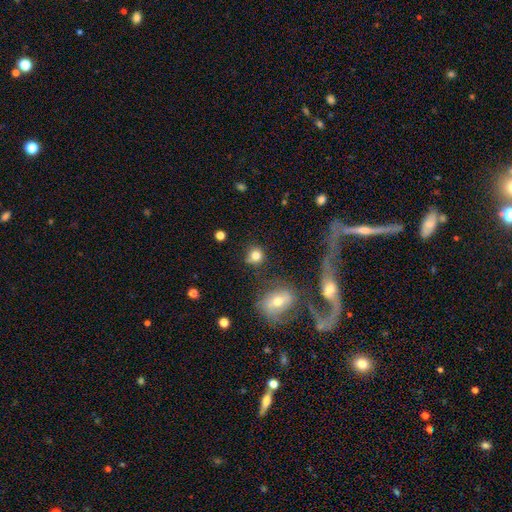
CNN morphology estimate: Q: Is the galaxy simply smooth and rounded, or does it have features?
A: smooth — 80%.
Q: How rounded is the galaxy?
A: round — 85%.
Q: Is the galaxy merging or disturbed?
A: none — 74%.